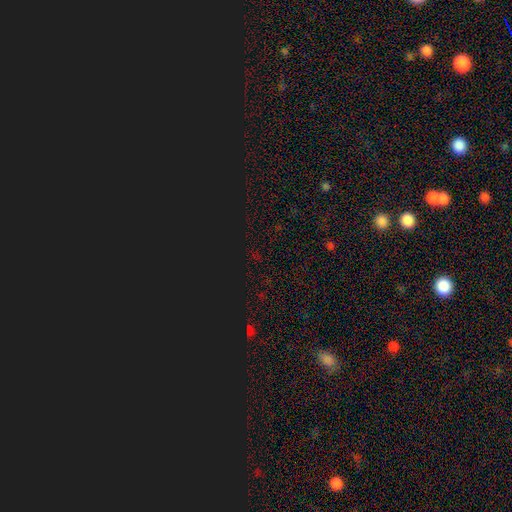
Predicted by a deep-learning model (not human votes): A star or artifact, not a galaxy (80%).

Vote fractions:
- Smooth or featured? star or artifact: 80% / smooth: 13% / featured or disk: 7%